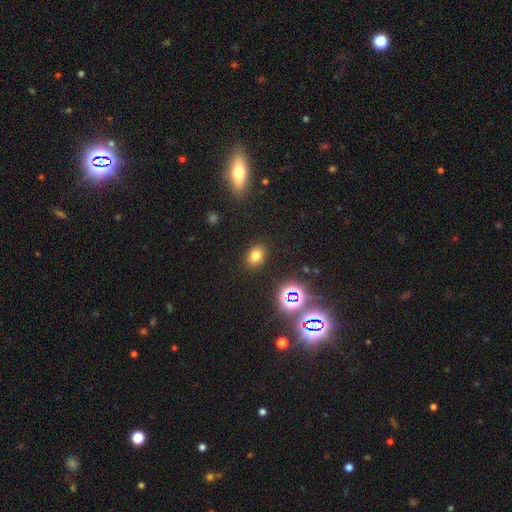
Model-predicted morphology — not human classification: smooth 73%, star or artifact 19%, featured or disk 8%. Down the decision tree: how rounded — in between (72%); merging — none (86%).